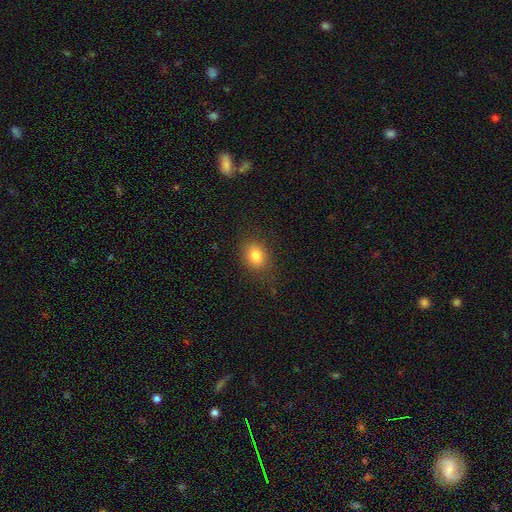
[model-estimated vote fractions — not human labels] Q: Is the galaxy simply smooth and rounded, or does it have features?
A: smooth — 82%.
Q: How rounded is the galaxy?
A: round — 50%.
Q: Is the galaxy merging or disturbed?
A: none — 82%.